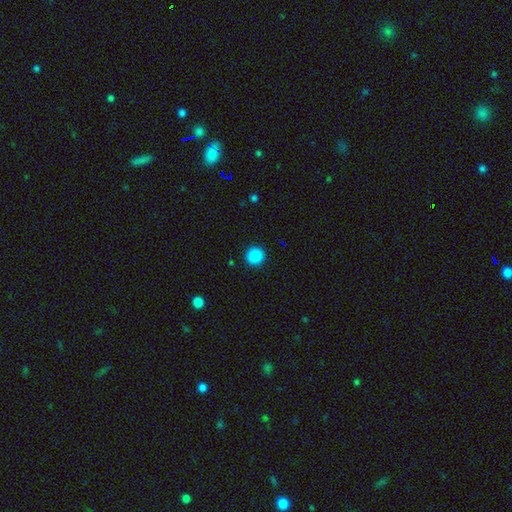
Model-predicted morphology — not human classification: Q: Smooth or featured?
A: smooth (88%); runner-up: star or artifact (9%)
Q: How rounded?
A: round (94%); runner-up: in between (5%)
Q: Merging?
A: none (92%); runner-up: minor disturbance (5%)